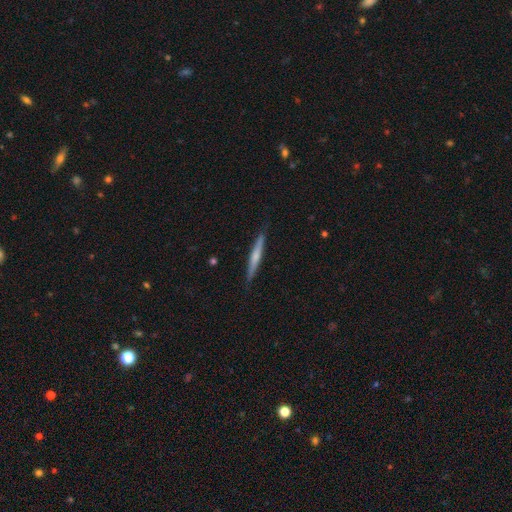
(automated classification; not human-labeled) Smooth or featured?
  - featured or disk: 48% *
  - smooth: 46%
  - star or artifact: 6%
Merging?
  - none: 89% *
  - minor disturbance: 9%
  - major disturbance: 1%
  - merger: 1%